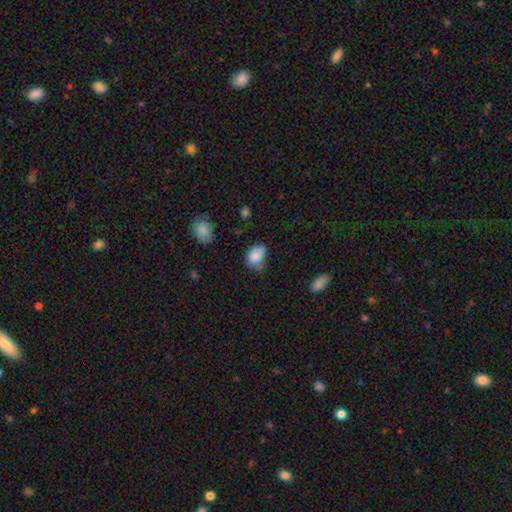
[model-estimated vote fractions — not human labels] Smooth or featured: smooth — 84% (star or artifact — 9%)
How rounded: in between — 73% (round — 26%)
Merging: none — 47% (minor disturbance — 38%)